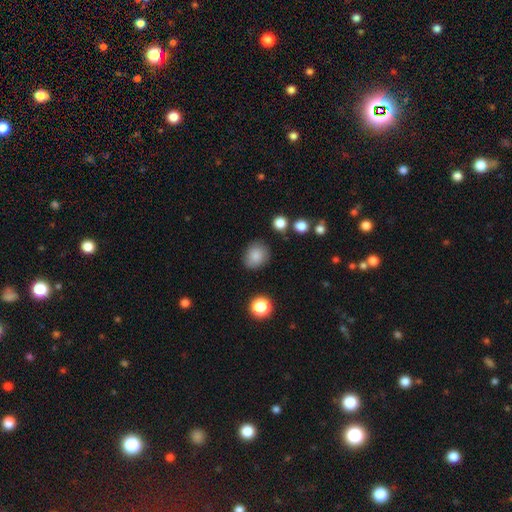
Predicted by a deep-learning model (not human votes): Overall: smooth (84%). How rounded: round (60%; in between 39%). Merging: none (82%).